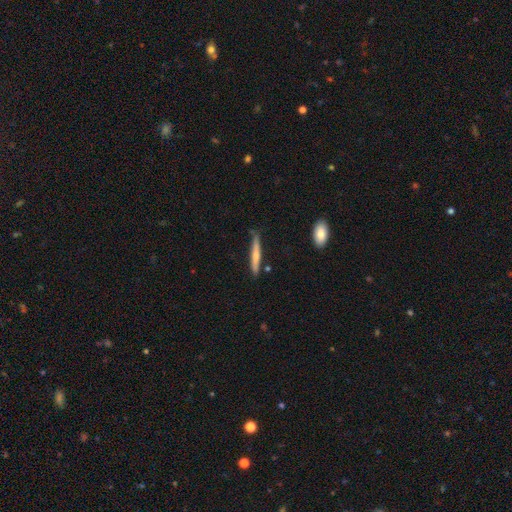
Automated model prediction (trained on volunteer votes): smooth 57%, featured or disk 38%, star or artifact 6%. Down the decision tree: how rounded — cigar-shaped (94%); merging — none (79%).